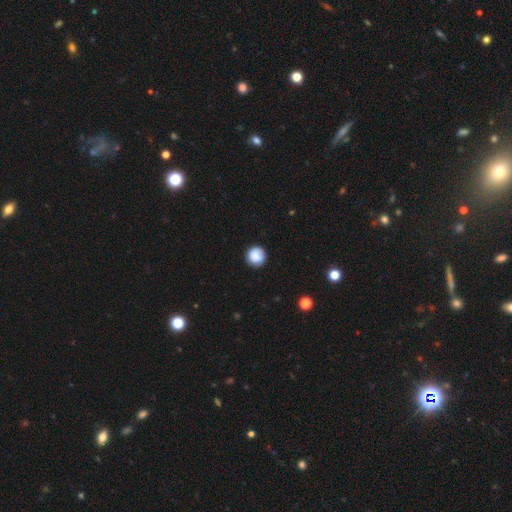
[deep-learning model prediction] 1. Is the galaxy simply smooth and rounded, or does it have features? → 87% smooth, 8% star or artifact, 5% featured or disk.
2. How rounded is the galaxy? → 95% round, 4% in between, 1% cigar-shaped.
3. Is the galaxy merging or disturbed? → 89% none, 8% minor disturbance, 2% major disturbance, 1% merger.